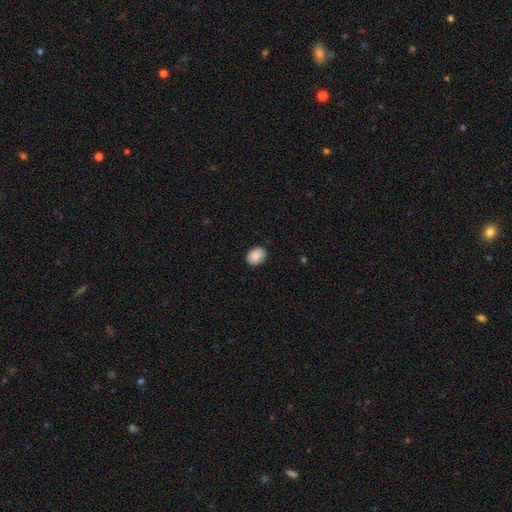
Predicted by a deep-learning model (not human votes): Smooth or featured? Predicted: smooth (p=0.89). How rounded? Predicted: in between (p=0.70). Merging? Predicted: none (p=0.87).